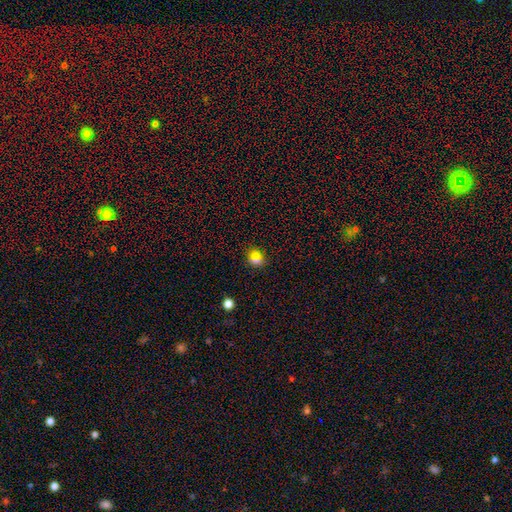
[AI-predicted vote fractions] Smooth or featured?
  - smooth: 64% *
  - star or artifact: 27%
  - featured or disk: 9%
How rounded?
  - round: 77% *
  - in between: 21%
  - cigar-shaped: 2%
Merging?
  - none: 78% *
  - merger: 10%
  - minor disturbance: 9%
  - major disturbance: 3%